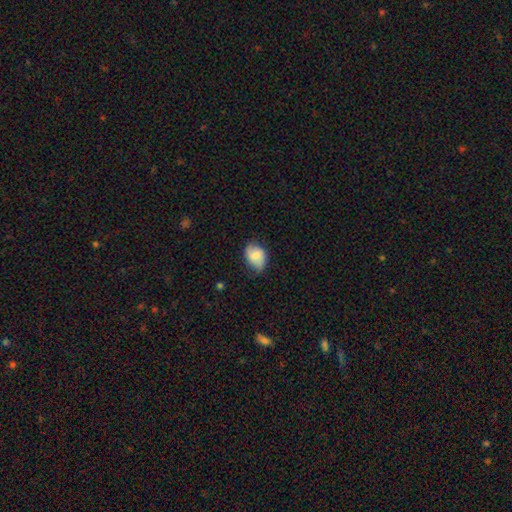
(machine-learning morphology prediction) type=smooth (70%); roundness=in between (72%); merging=none (65%).